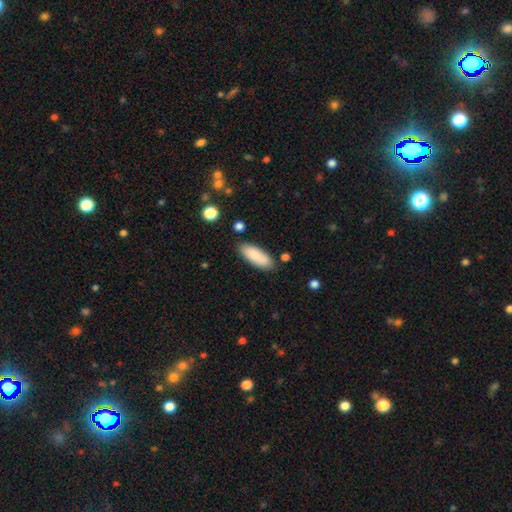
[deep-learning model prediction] This is clearly a smooth galaxy (85%). How rounded: likely in between (75%). Merging: clearly none (82%).